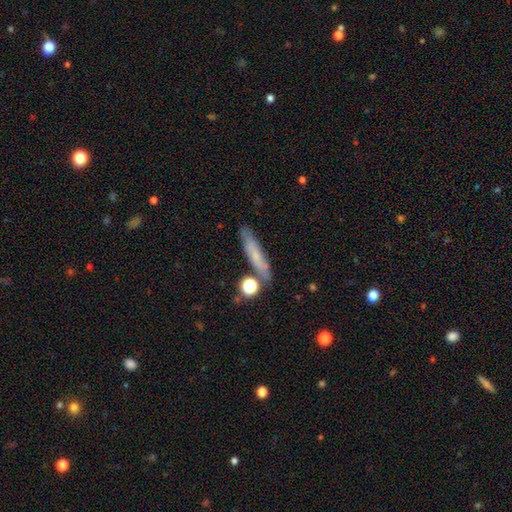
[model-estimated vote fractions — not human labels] Smooth or featured? smooth (59%)
How rounded? cigar-shaped (80%)
Merging? none (72%)